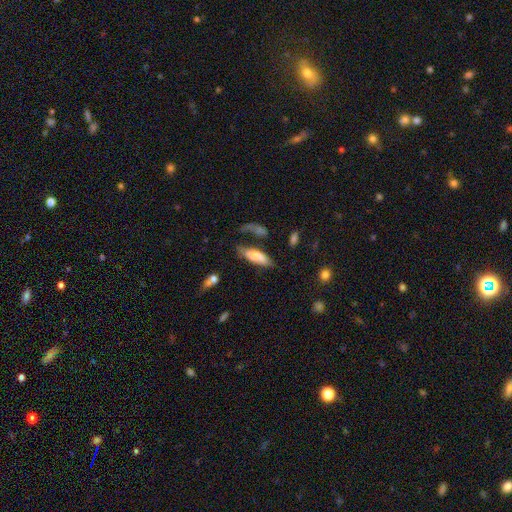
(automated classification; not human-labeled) A smooth galaxy with no disk features (68%) that is in between round and cigar-shaped (65%).

Vote fractions:
- Smooth or featured? smooth: 68% / featured or disk: 25% / star or artifact: 7%
- How rounded? in between: 65% / cigar-shaped: 33% / round: 2%
- Merging? none: 33% / major disturbance: 30% / minor disturbance: 24% / merger: 13%